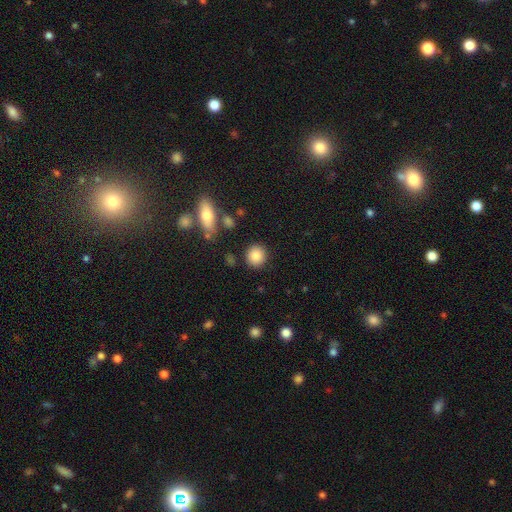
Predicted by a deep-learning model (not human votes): Smooth or featured?
  - smooth: 86% *
  - star or artifact: 9%
  - featured or disk: 5%
How rounded?
  - round: 86% *
  - in between: 13%
  - cigar-shaped: 1%
Merging?
  - none: 87% *
  - minor disturbance: 8%
  - major disturbance: 3%
  - merger: 3%